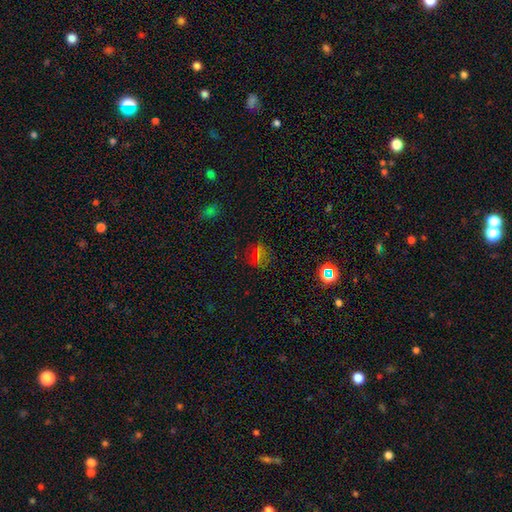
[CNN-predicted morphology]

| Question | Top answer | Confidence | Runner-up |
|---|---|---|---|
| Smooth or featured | smooth | 51% | star or artifact (36%) |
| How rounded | round | 74% | in between (24%) |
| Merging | none | 76% | minor disturbance (15%) |